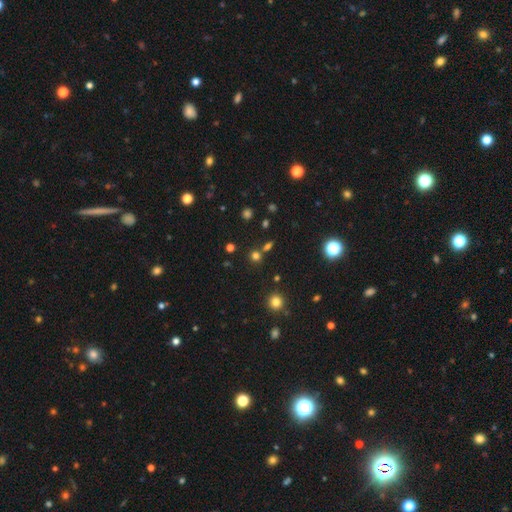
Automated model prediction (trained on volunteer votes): A smooth galaxy with no disk features (67%) that is round (86%).

Vote fractions:
- Smooth or featured? smooth: 67% / star or artifact: 26% / featured or disk: 7%
- How rounded? round: 86% / in between: 13% / cigar-shaped: 2%
- Merging? none: 70% / merger: 19% / minor disturbance: 8% / major disturbance: 3%